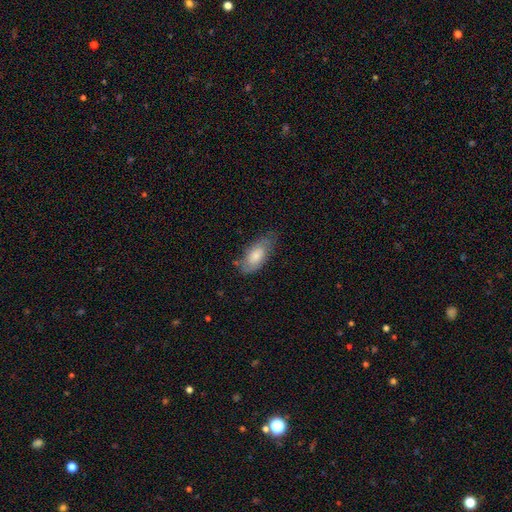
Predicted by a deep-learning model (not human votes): Morphology: type=smooth (63%); roundness=in between (87%); merging=none (60%).